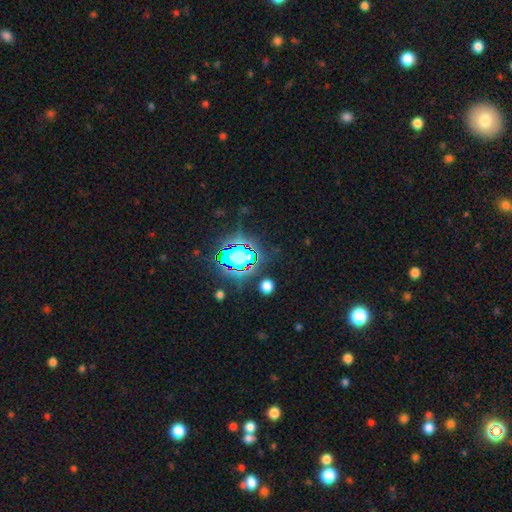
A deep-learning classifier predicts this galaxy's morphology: smooth-or-featured: star or artifact: 82% | smooth: 11% | featured or disk: 8%